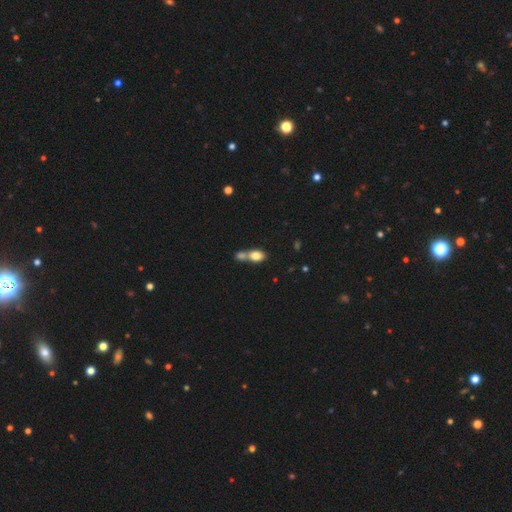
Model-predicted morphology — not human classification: This is likely a smooth galaxy (79%). How rounded: likely in between (76%). Merging: likely merger (61%).